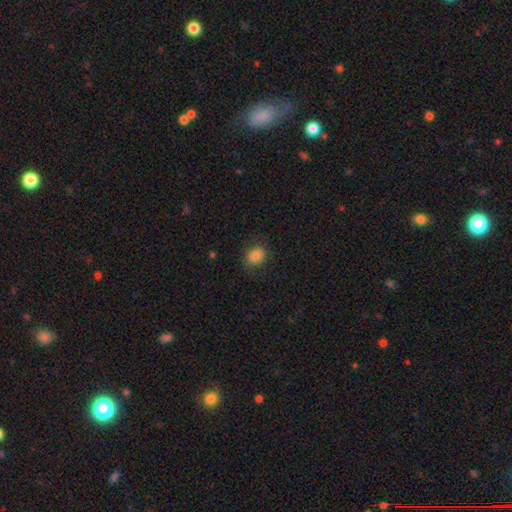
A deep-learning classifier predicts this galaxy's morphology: smooth-or-featured: smooth: 84% | star or artifact: 10% | featured or disk: 6%
  how-rounded: round: 50% | in between: 49% | cigar-shaped: 1%
  merging: none: 82% | minor disturbance: 13% | major disturbance: 4% | merger: 1%